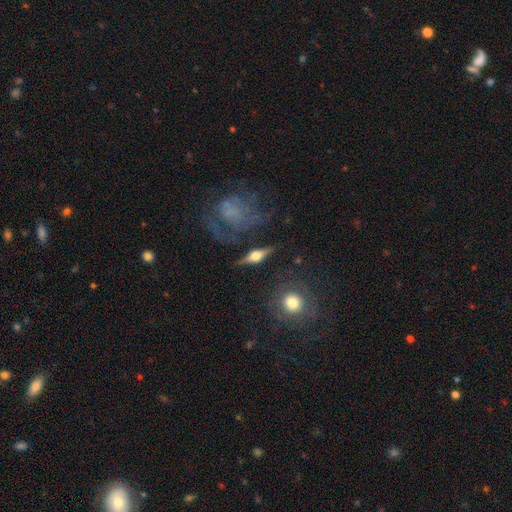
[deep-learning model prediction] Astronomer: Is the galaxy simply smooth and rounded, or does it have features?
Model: featured or disk — 71%.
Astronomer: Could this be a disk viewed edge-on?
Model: yes — 92%.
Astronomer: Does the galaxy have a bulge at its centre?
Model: rounded — 95%.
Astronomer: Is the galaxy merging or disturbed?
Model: none — 82%.